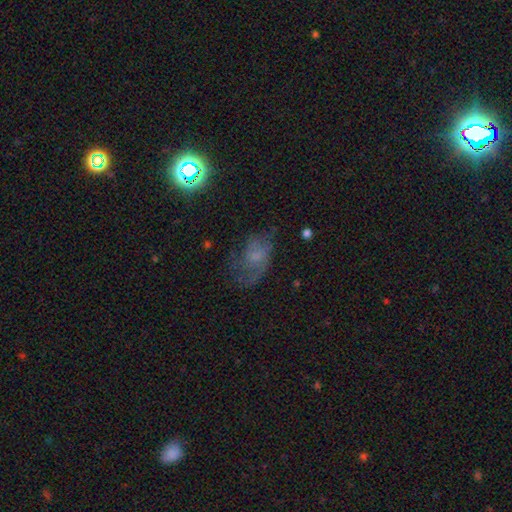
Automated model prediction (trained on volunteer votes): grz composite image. It shows a featured or disk galaxy (45%). Merging: none (48%).